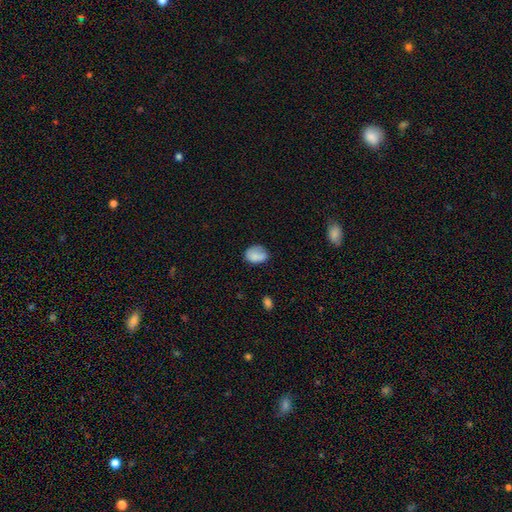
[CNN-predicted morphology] This appears to be a smooth galaxy with no disk features (81%) that is in between round and cigar-shaped (63%). Merging: none (60%).